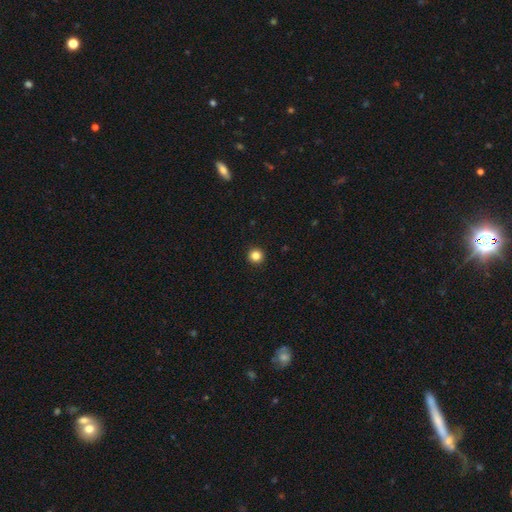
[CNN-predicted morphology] Smooth or featured: smooth — 83% (star or artifact — 12%)
How rounded: round — 96% (in between — 3%)
Merging: none — 94% (minor disturbance — 3%)